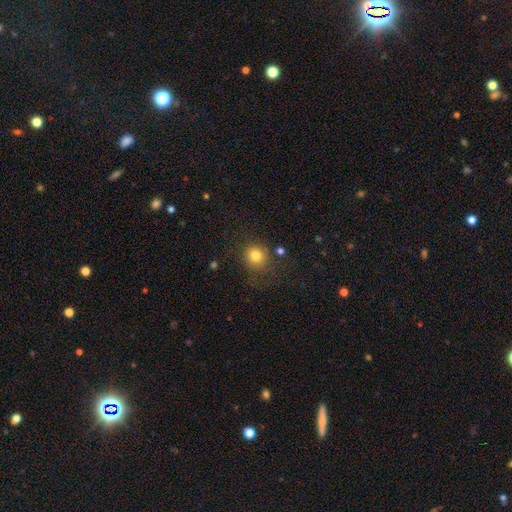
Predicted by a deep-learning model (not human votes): smooth-or-featured: smooth: 81% | star or artifact: 12% | featured or disk: 7%
  how-rounded: round: 85% | in between: 14% | cigar-shaped: 1%
  merging: none: 76% | minor disturbance: 14% | major disturbance: 7% | merger: 4%